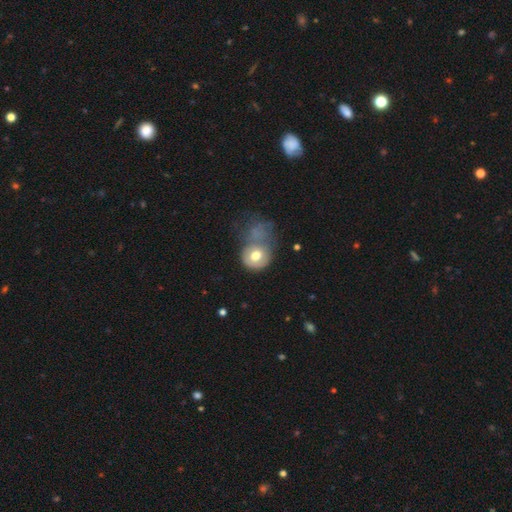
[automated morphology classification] This is likely a smooth galaxy (63%). How rounded: likely round (70%). Merging: marginally major disturbance (32%).